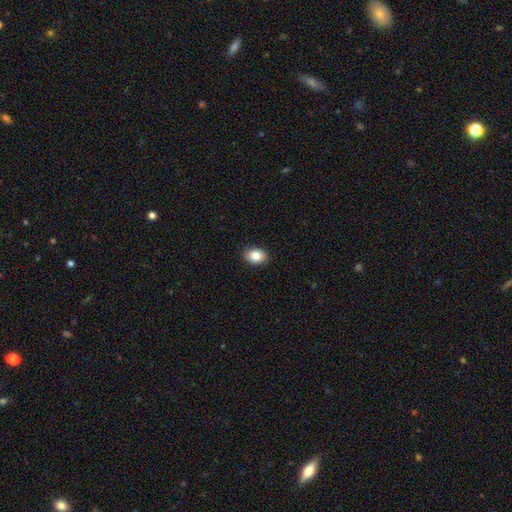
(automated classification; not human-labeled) Smooth or featured? smooth (84%)
How rounded? in between (76%)
Merging? none (91%)